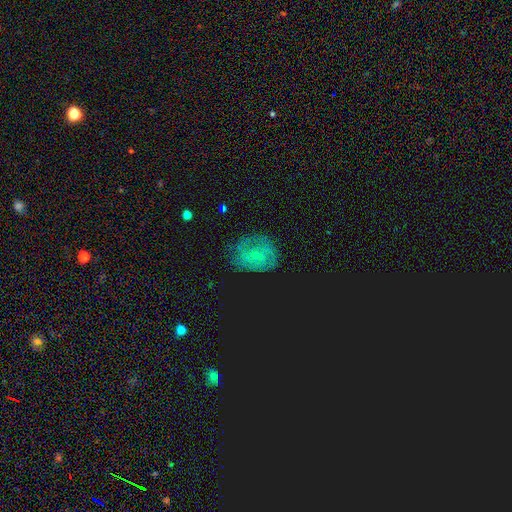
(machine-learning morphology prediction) A featured or disk galaxy (55%) with no bar (79%), spiral arms (83%) and a small central bulge (81%).

Vote fractions:
- Smooth or featured? featured or disk: 55% / smooth: 23% / star or artifact: 21%
- Edge-on disk? no: 97% / yes: 3%
- Bar? no: 79% / weak: 17% / strong: 4%
- Spiral arms? yes: 83% / no: 17%
- Bulge size? small: 81% / moderate: 14% / none: 3% / large: 1% / dominant: 1%
- Merging? none: 71% / minor disturbance: 20% / major disturbance: 7% / merger: 1%